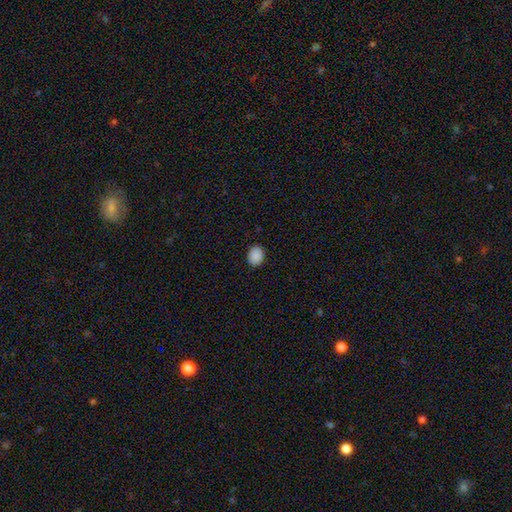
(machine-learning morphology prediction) Smooth or featured? smooth (89%)
How rounded? in between (56%)
Merging? none (89%)